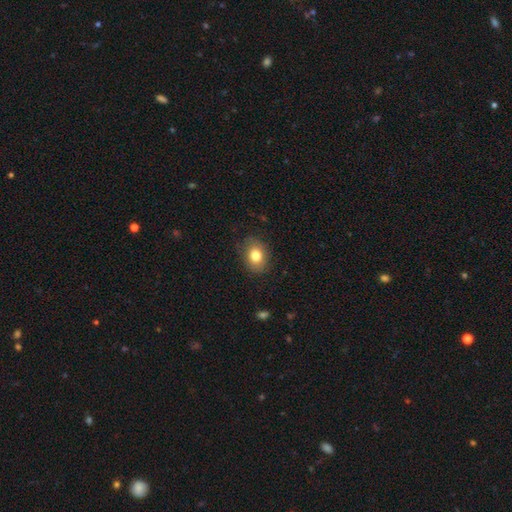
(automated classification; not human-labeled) The model was most divided on "how rounded": in between: 62%, round: 37%, cigar-shaped: 1%. More confident: merging — none (81%); smooth or featured — smooth (80%).